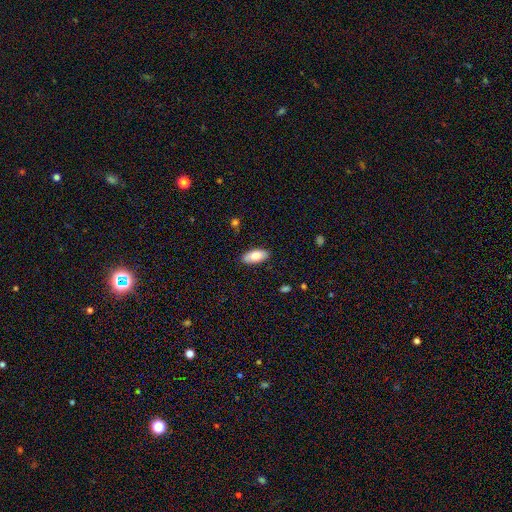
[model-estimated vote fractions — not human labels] A smooth galaxy with no disk features (78%) that is in between round and cigar-shaped (90%).

Vote fractions:
- Smooth or featured? smooth: 78% / featured or disk: 16% / star or artifact: 6%
- How rounded? in between: 90% / cigar-shaped: 8% / round: 2%
- Merging? none: 87% / minor disturbance: 10% / major disturbance: 2% / merger: 1%